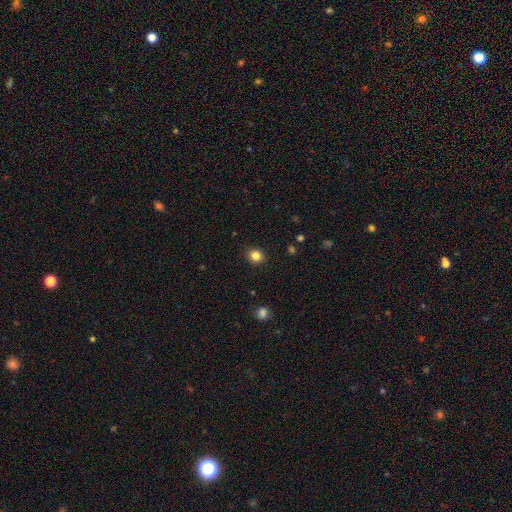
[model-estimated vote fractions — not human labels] A smooth galaxy with no disk features (84%) that is round (75%). Merging: none (90%).